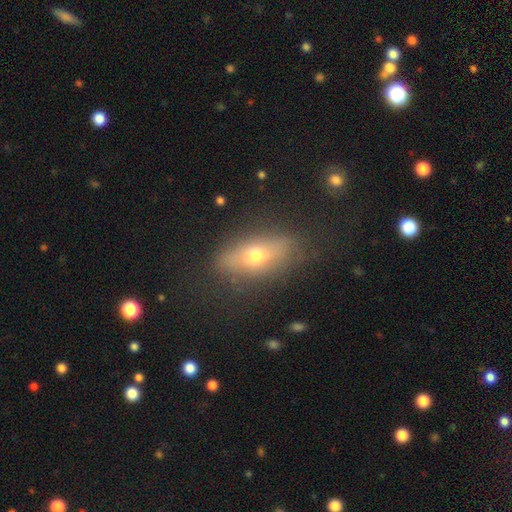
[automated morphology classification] Smooth or featured: smooth — 54% (featured or disk — 37%)
How rounded: in between — 71% (cigar-shaped — 21%)
Merging: none — 78% (minor disturbance — 14%)